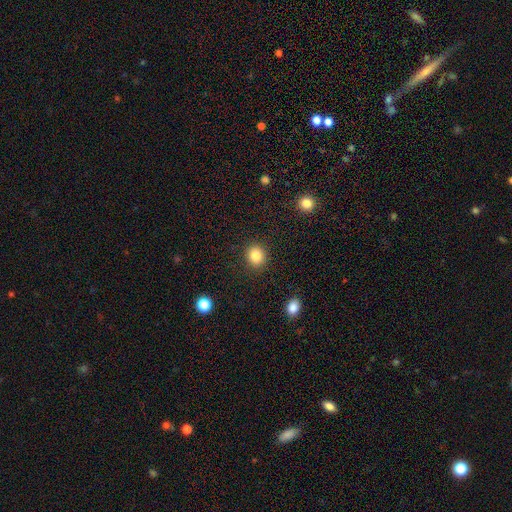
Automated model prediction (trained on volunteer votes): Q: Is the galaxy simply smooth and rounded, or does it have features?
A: smooth — 84%.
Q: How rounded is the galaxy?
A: round — 76%.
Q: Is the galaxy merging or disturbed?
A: none — 90%.